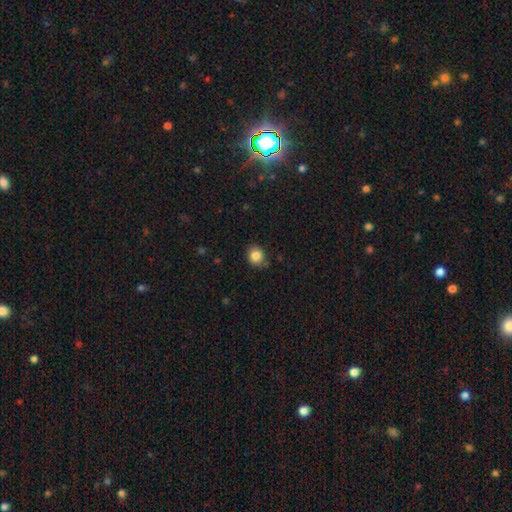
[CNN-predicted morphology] Q: Smooth or featured?
A: smooth (85%); runner-up: star or artifact (10%)
Q: How rounded?
A: round (72%); runner-up: in between (27%)
Q: Merging?
A: none (83%); runner-up: minor disturbance (13%)